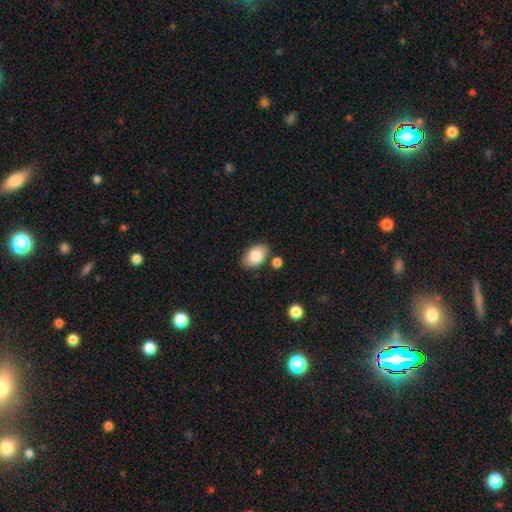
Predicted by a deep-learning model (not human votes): A smooth galaxy with no disk features (83%) that is in between round and cigar-shaped (90%).

Vote fractions:
- Smooth or featured? smooth: 83% / featured or disk: 10% / star or artifact: 7%
- How rounded? in between: 90% / round: 9% / cigar-shaped: 1%
- Merging? none: 79% / minor disturbance: 12% / merger: 6% / major disturbance: 3%